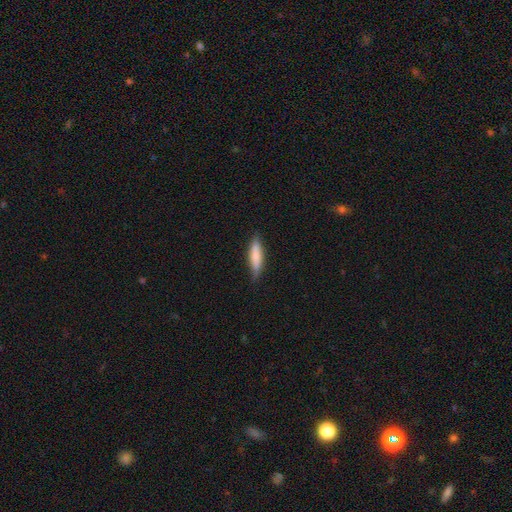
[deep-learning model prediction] smooth 72%, featured or disk 22%, star or artifact 6%. Down the decision tree: how rounded — cigar-shaped (76%); merging — none (75%).